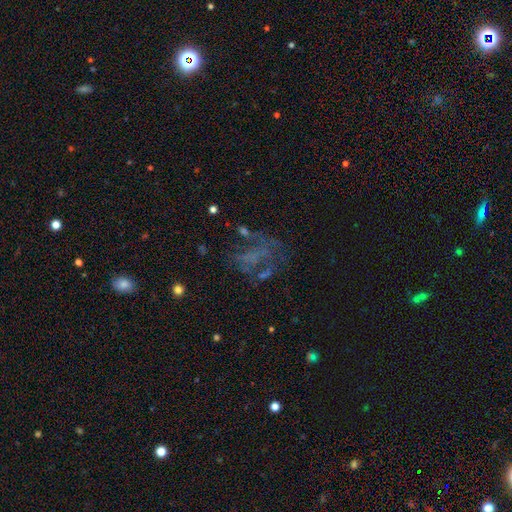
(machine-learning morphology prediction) Q: Smooth or featured?
A: featured or disk (47%); runner-up: star or artifact (29%)
Q: Merging?
A: none (43%); runner-up: major disturbance (33%)